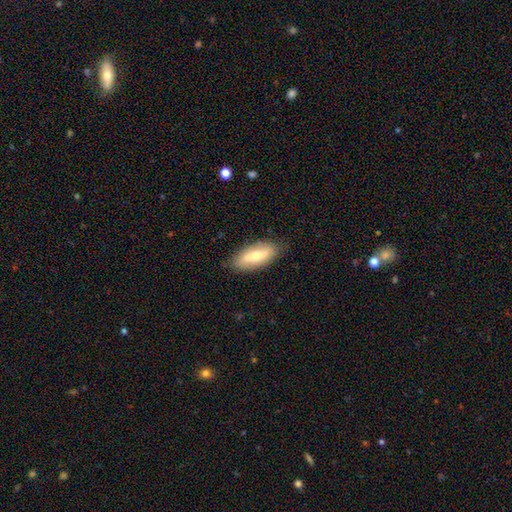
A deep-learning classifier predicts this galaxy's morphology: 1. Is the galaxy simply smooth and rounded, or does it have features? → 56% smooth, 39% featured or disk, 5% star or artifact.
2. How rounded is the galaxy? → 77% in between, 21% cigar-shaped, 3% round.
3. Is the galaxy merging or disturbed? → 84% none, 12% minor disturbance, 2% major disturbance, 1% merger.